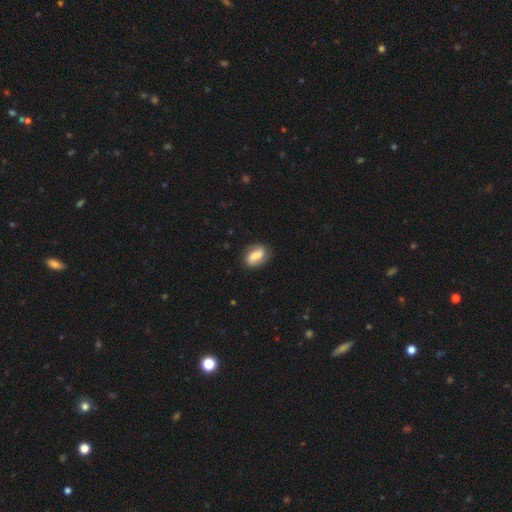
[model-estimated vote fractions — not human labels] Overall: smooth (53%; featured or disk 40%). How rounded: in between (85%). Merging: none (80%).